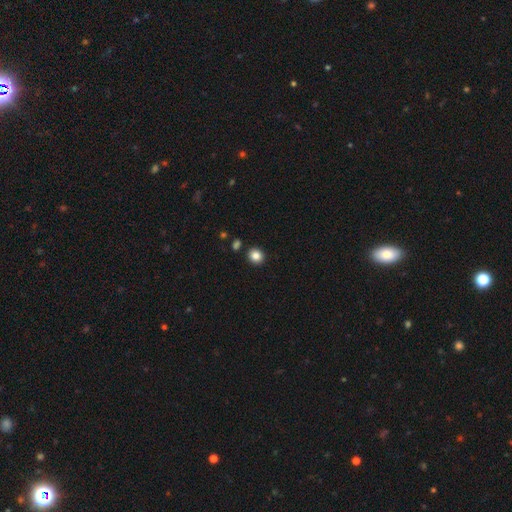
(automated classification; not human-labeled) Overall: smooth (84%). How rounded: round (82%). Merging: none (89%).